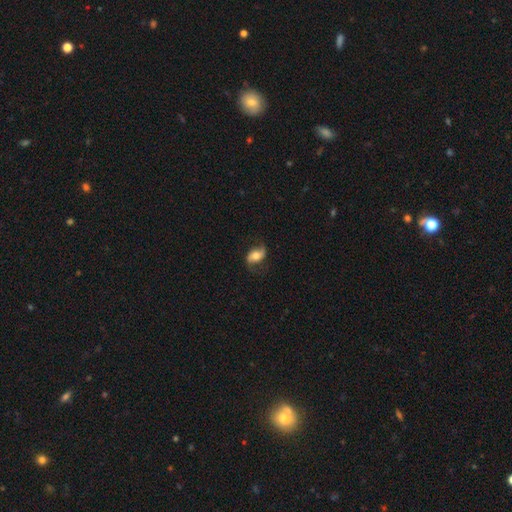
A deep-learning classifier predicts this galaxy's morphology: smooth_or_featured: featured or disk (p=0.56) [alt: smooth p=0.36]
disk_edge_on: no (p=0.94) [alt: yes p=0.06]
bar: no (p=0.52) [alt: weak p=0.30]
has_spiral_arms: yes (p=0.87) [alt: no p=0.13]
bulge_size: moderate (p=0.60) [alt: large p=0.21]
merging: none (p=0.71) [alt: minor disturbance p=0.19]